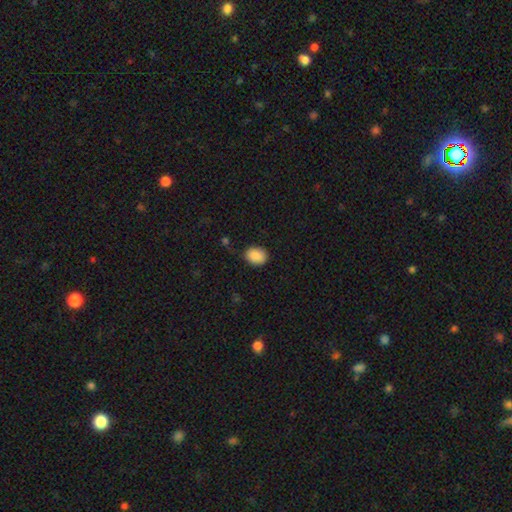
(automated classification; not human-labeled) Smooth or featured? Predicted: smooth (p=0.89). How rounded? Predicted: in between (p=0.60). Merging? Predicted: none (p=0.78).